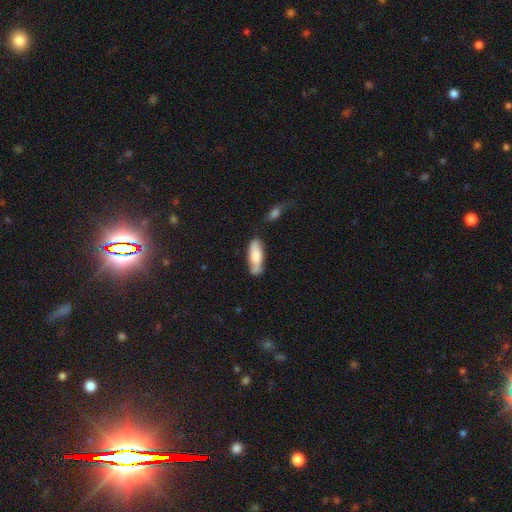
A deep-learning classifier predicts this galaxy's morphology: This is likely a smooth galaxy (71%). How rounded: likely in between (64%). Merging: possibly none (59%).